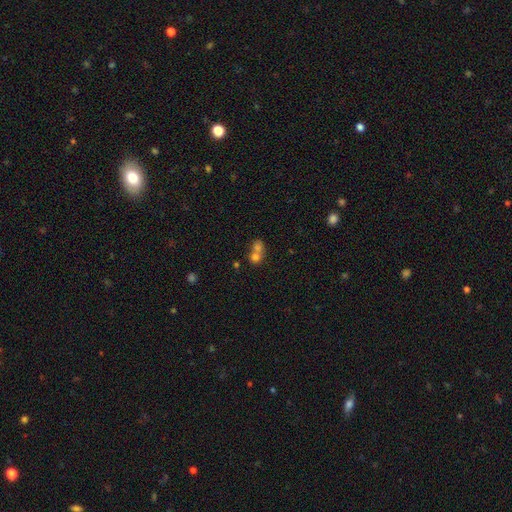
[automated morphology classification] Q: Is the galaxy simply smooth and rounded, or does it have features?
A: smooth — 66%.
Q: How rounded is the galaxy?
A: round — 72%.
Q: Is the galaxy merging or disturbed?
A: merger — 62%.